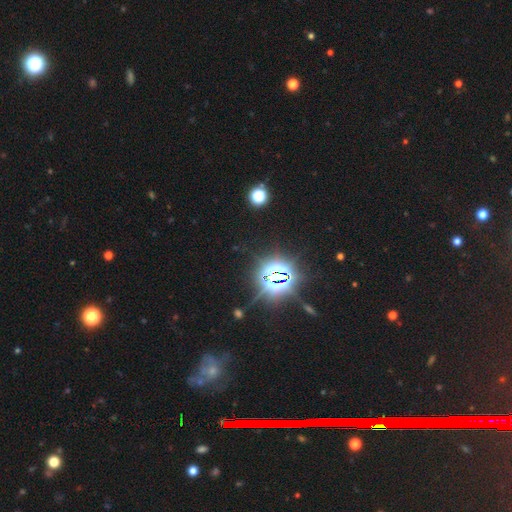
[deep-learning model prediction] This is clearly a star or artifact rather than a galaxy (82%).